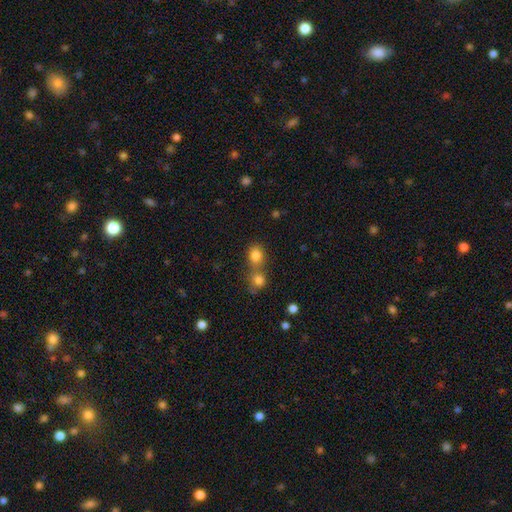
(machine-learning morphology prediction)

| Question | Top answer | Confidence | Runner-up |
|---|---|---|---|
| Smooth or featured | smooth | 81% | star or artifact (12%) |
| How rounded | round | 66% | in between (32%) |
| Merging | none | 45% | merger (44%) |